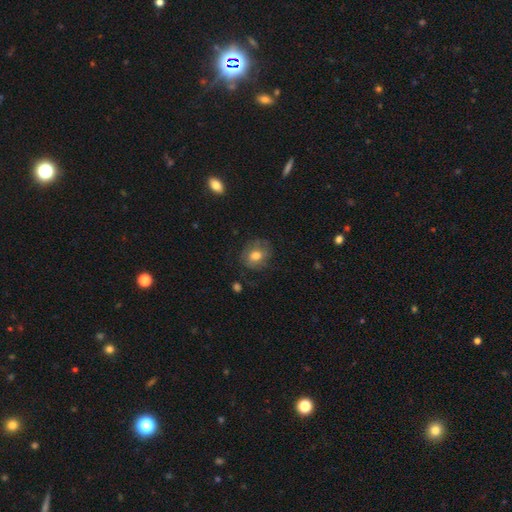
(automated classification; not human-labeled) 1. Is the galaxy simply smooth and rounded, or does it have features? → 62% smooth, 29% featured or disk, 9% star or artifact.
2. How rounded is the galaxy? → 61% round, 37% in between, 1% cigar-shaped.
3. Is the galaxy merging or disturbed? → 71% none, 19% minor disturbance, 9% major disturbance, 1% merger.